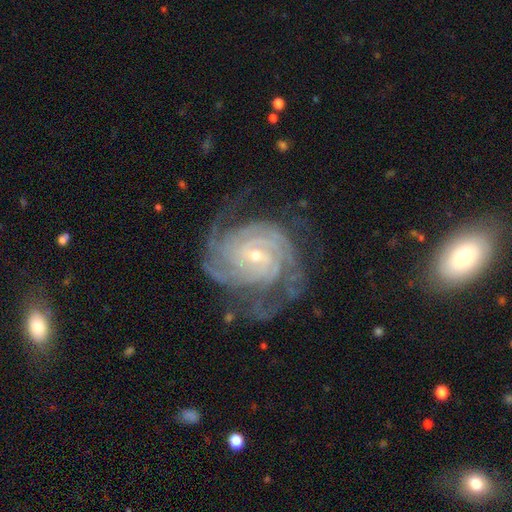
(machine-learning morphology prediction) featured or disk 91%, star or artifact 5%, smooth 4%. Down the decision tree: edge-on disk — no (97%); bar — no (48%); spiral arms — yes (98%); spiral arm count — 4 (24%); spiral winding — tight (77%); bulge size — small (67%); merging — none (67%).